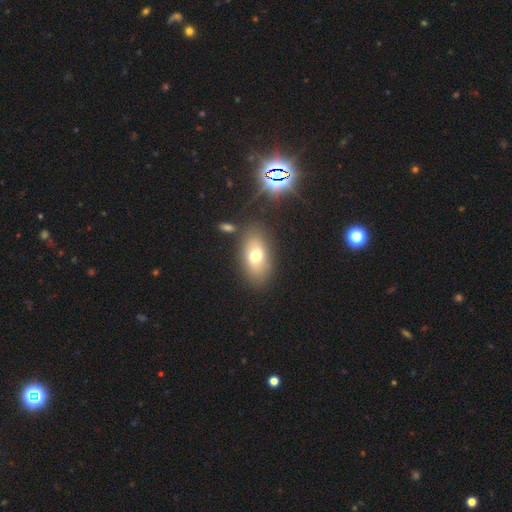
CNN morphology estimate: Overall: smooth (69%). How rounded: in between (87%). Merging: none (79%).